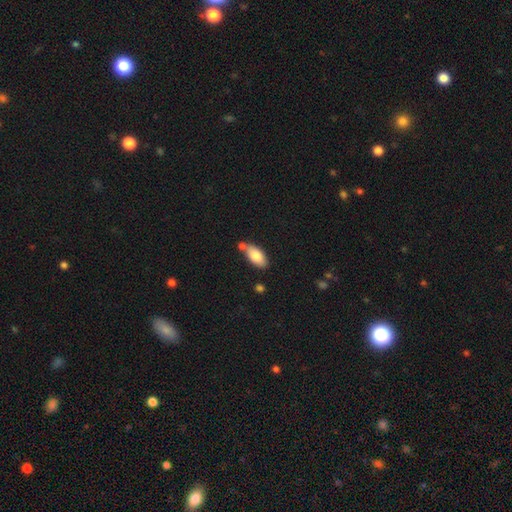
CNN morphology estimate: Overall: smooth (79%). How rounded: in between (90%). Merging: none (64%).